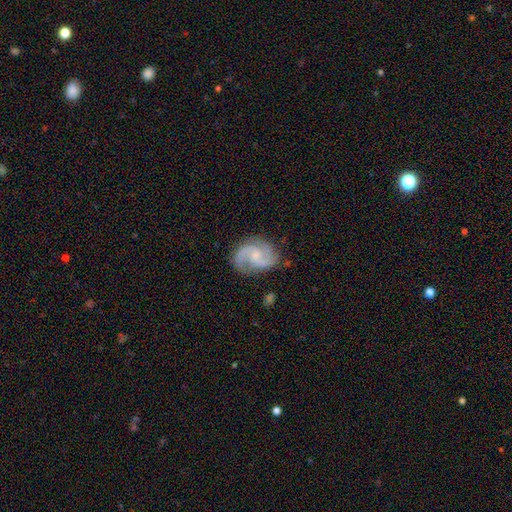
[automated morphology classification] smooth-or-featured: featured or disk: 88% | smooth: 7% | star or artifact: 5%
  disk-edge-on: no: 98% | yes: 2%
    bar: no: 54% | weak: 40% | strong: 6%
    has-spiral-arms: yes: 98% | no: 2%
      spiral-winding: medium: 57% | loose: 22% | tight: 21%
      spiral-arm-count: 2: 78% | 3: 13% | can't tell: 4% | 1: 2% | 4: 2% | more than 4: 2%
    bulge-size: small: 53% | moderate: 28% | none: 16% | large: 2% | dominant: 1%
  merging: none: 76% | minor disturbance: 17% | major disturbance: 6% | merger: 2%